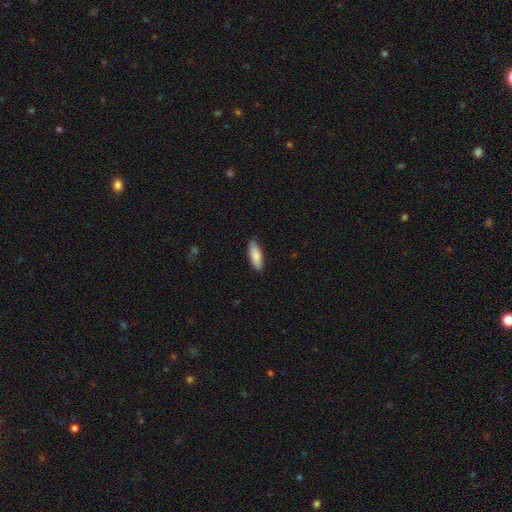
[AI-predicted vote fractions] The model was most divided on "how rounded": in between: 66%, cigar-shaped: 32%, round: 2%. More confident: smooth or featured — smooth (84%); merging — none (84%).